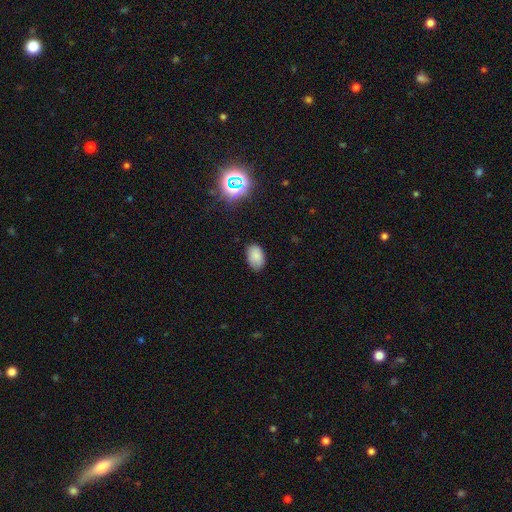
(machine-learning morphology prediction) The model was most divided on "merging": none: 80%, minor disturbance: 15%, major disturbance: 3%, merger: 1%. More confident: how rounded — in between (90%); smooth or featured — smooth (82%).